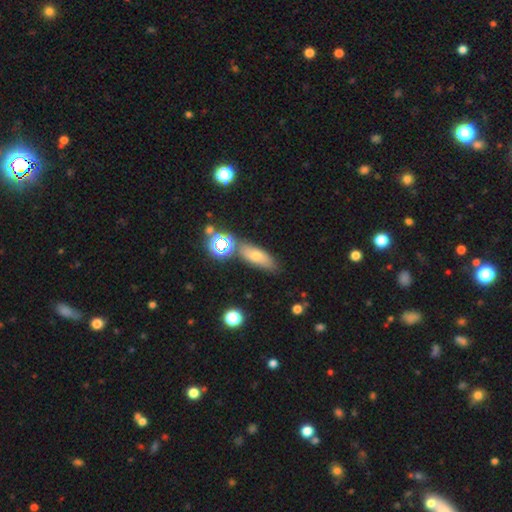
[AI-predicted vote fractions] Smooth or featured? Predicted: smooth (p=0.57). How rounded? Predicted: in between (p=0.58). Merging? Predicted: none (p=0.76).